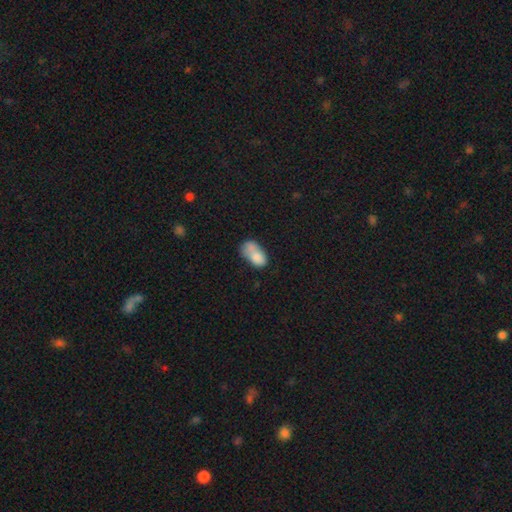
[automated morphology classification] A smooth galaxy with no disk features (77%) that is in between round and cigar-shaped (88%).

Vote fractions:
- Smooth or featured? smooth: 77% / featured or disk: 14% / star or artifact: 8%
- How rounded? in between: 88% / round: 10% / cigar-shaped: 2%
- Merging? merger: 45% / none: 22% / minor disturbance: 19% / major disturbance: 13%